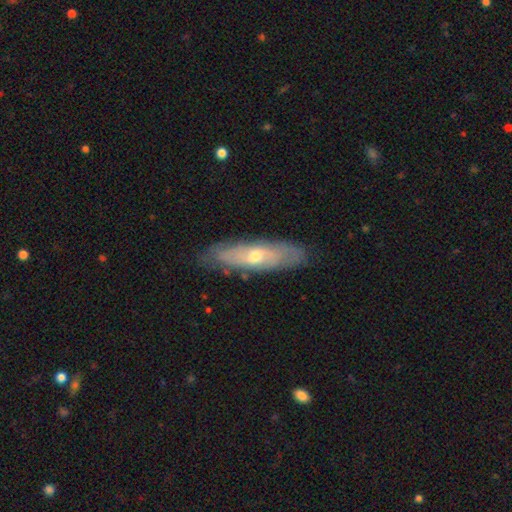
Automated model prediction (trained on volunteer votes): This appears to be a featured or disk galaxy (56%). Merging: none (79%).